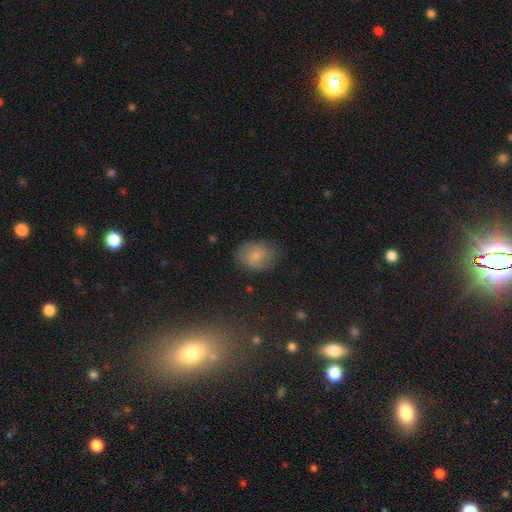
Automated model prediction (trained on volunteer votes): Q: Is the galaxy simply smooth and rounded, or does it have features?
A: smooth — 70%.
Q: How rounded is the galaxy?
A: round — 51%.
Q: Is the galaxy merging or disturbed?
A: none — 74%.